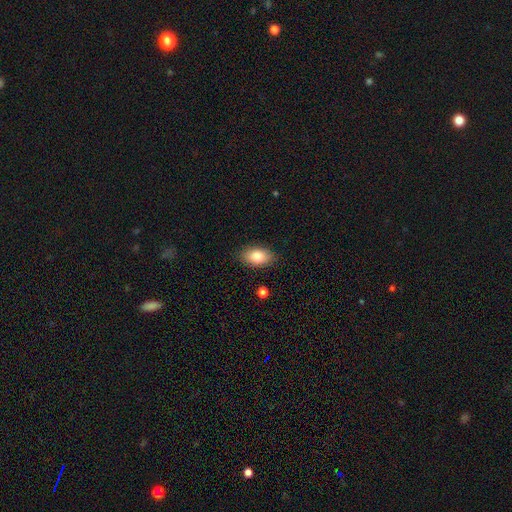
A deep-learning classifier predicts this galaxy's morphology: Smooth or featured? Predicted: smooth (p=0.81). How rounded? Predicted: in between (p=0.90). Merging? Predicted: none (p=0.86).